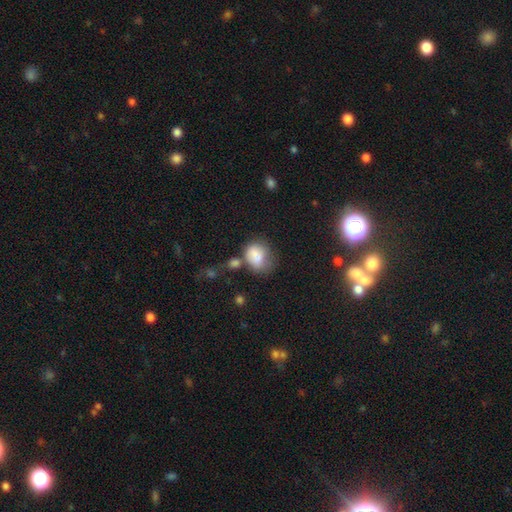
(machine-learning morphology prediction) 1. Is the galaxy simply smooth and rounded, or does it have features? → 78% smooth, 12% featured or disk, 9% star or artifact.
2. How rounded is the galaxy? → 58% in between, 40% round, 1% cigar-shaped.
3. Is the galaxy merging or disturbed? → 36% none, 26% minor disturbance, 20% merger, 17% major disturbance.